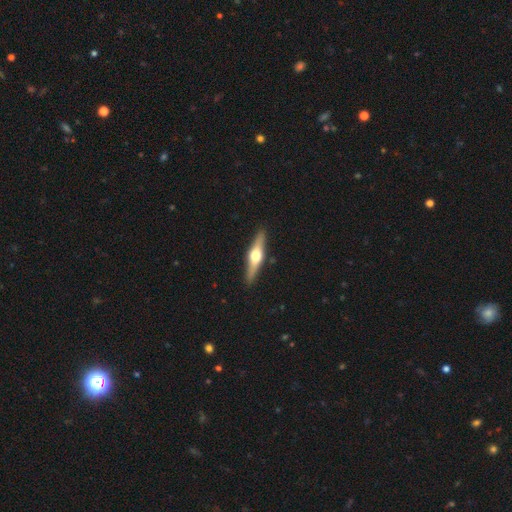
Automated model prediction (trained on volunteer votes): Smooth or featured: featured or disk — 67% (smooth — 27%)
Edge-on disk: yes — 96% (no — 4%)
Edge-on bulge: rounded — 95% (boxy — 3%)
Merging: none — 91% (minor disturbance — 7%)